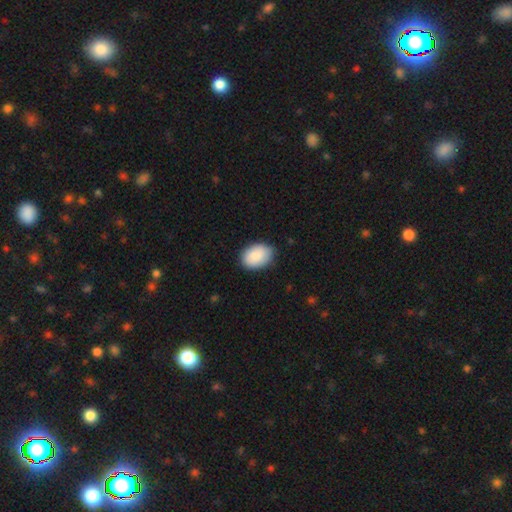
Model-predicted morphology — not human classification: Smooth or featured? smooth (86%)
How rounded? in between (82%)
Merging? none (83%)